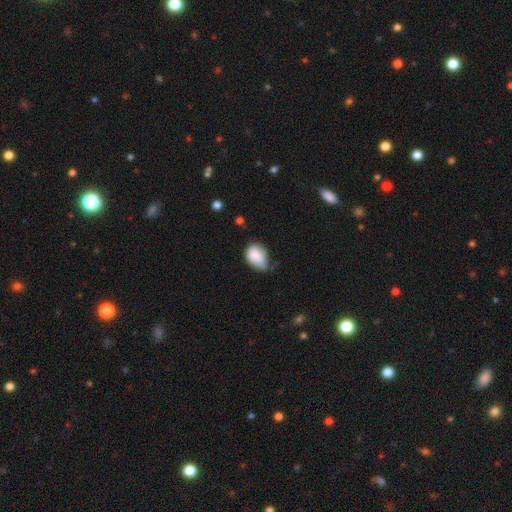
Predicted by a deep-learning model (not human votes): smooth-or-featured: smooth: 83% | featured or disk: 9% | star or artifact: 8%
  how-rounded: in between: 76% | round: 22% | cigar-shaped: 1%
  merging: minor disturbance: 47% | none: 33% | major disturbance: 15% | merger: 5%